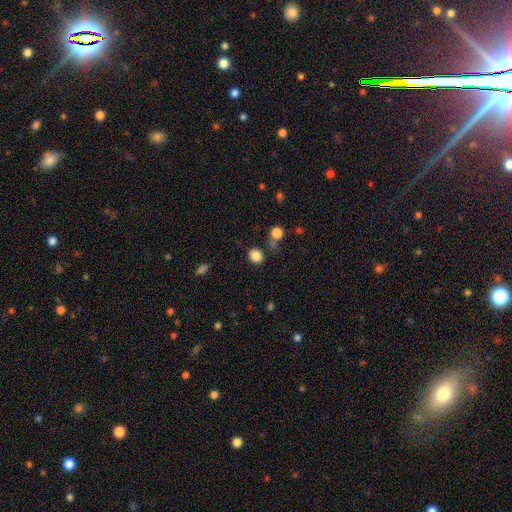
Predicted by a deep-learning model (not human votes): Smooth or featured? smooth (84%)
How rounded? round (77%)
Merging? none (77%)